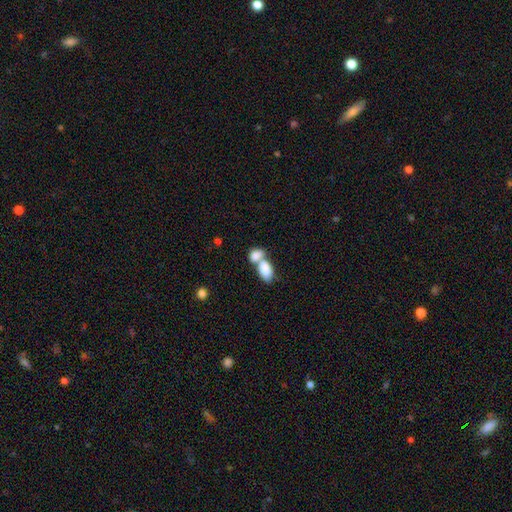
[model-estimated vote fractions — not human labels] Q: Smooth or featured?
A: smooth (81%); runner-up: featured or disk (12%)
Q: How rounded?
A: in between (90%); runner-up: round (8%)
Q: Merging?
A: merger (72%); runner-up: none (18%)